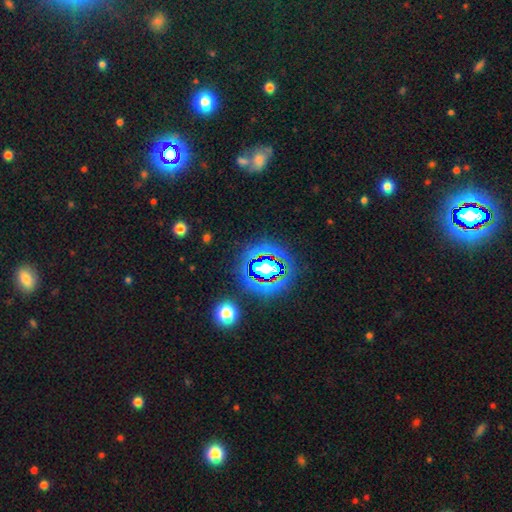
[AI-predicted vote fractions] A star or artifact, not a galaxy (79%).